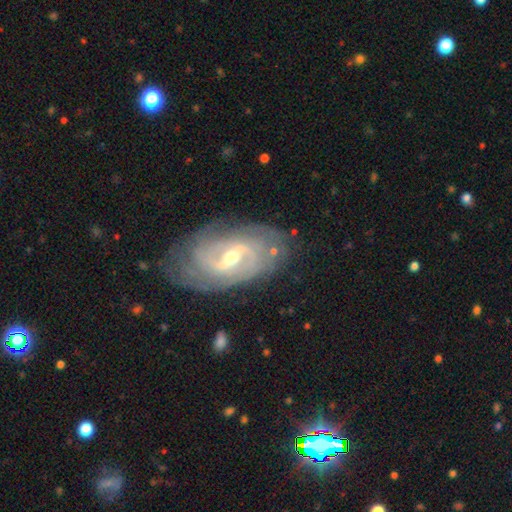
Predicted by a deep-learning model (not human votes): Q: Smooth or featured?
A: featured or disk (86%); runner-up: smooth (8%)
Q: Edge-on disk?
A: no (94%); runner-up: yes (6%)
Q: Bar?
A: weak (47%); runner-up: strong (39%)
Q: Spiral arms?
A: yes (93%); runner-up: no (7%)
Q: Spiral winding?
A: tight (60%); runner-up: medium (30%)
Q: Spiral arm count?
A: 2 (39%); runner-up: can't tell (32%)
Q: Bulge size?
A: moderate (54%); runner-up: small (42%)
Q: Merging?
A: none (76%); runner-up: minor disturbance (17%)